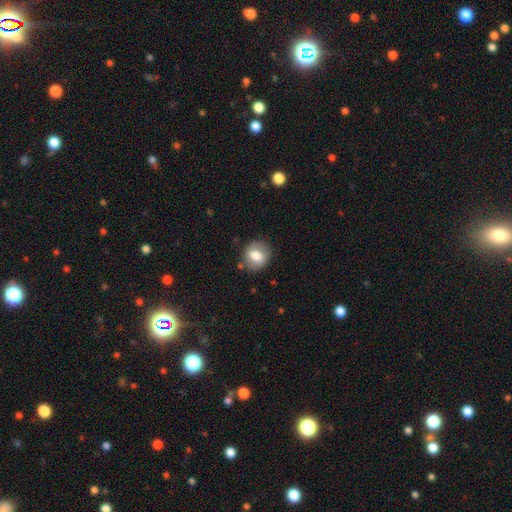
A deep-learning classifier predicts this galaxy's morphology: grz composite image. It shows a smooth galaxy with no disk features (68%) that is round (76%). Merging: none (80%).